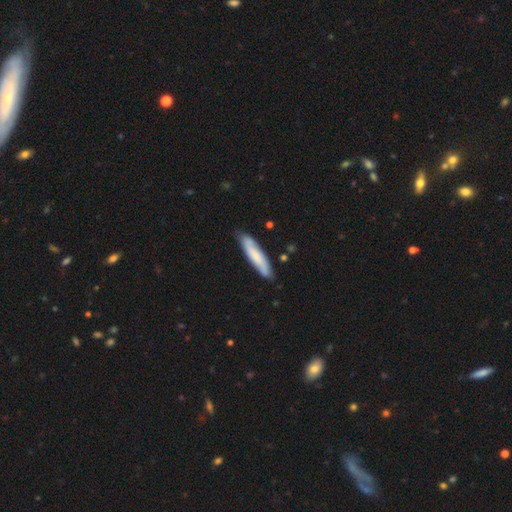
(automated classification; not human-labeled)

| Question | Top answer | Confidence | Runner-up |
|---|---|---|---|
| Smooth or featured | smooth | 64% | featured or disk (30%) |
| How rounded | cigar-shaped | 83% | in between (16%) |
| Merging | none | 81% | minor disturbance (15%) |